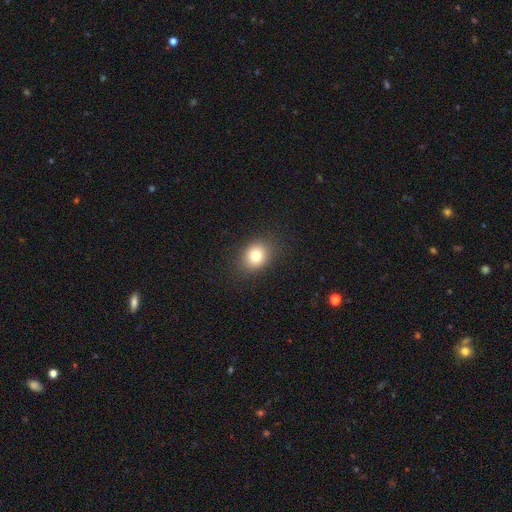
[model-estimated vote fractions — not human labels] Smooth or featured? Predicted: smooth (p=0.80). How rounded? Predicted: round (p=0.58). Merging? Predicted: none (p=0.88).